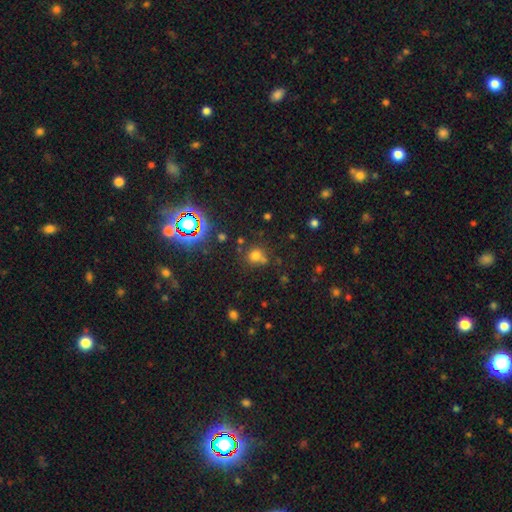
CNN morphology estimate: type=smooth (66%); roundness=round (85%); merging=none (64%).